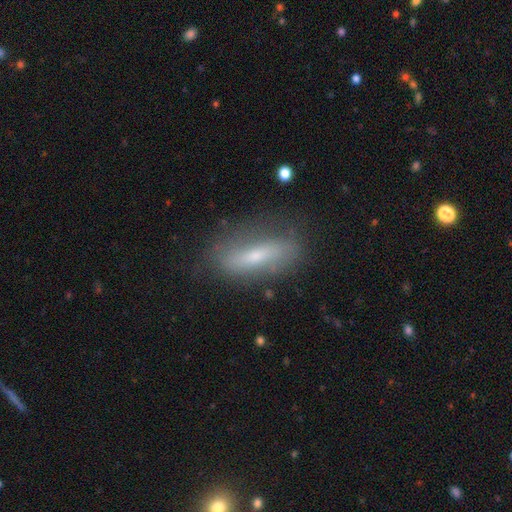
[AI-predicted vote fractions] The model was most divided on "how rounded": in between: 50%, cigar-shaped: 47%, round: 3%. More confident: merging — none (72%); smooth or featured — smooth (51%).